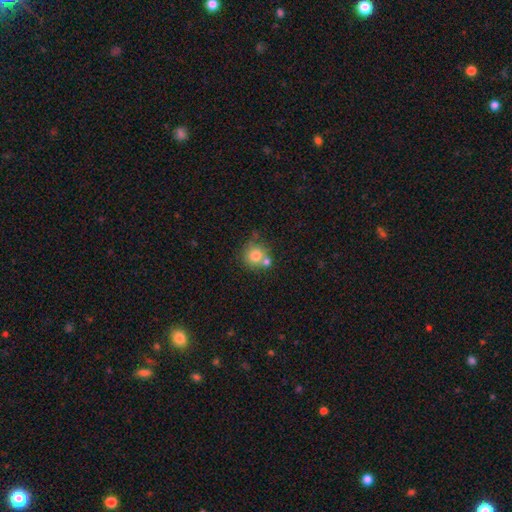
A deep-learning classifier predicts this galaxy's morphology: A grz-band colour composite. It shows a smooth galaxy with no disk features (77%) that is round (89%). Merging: none (52%).